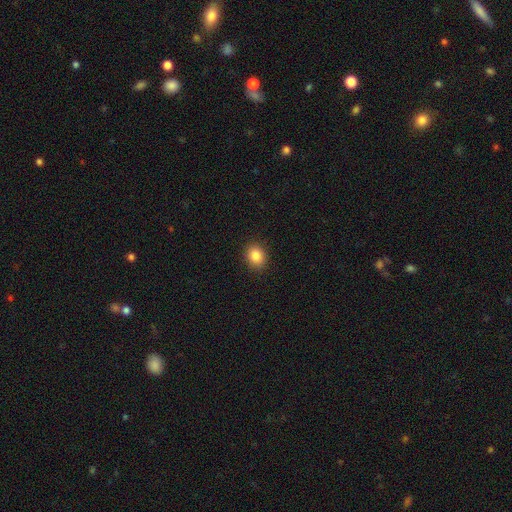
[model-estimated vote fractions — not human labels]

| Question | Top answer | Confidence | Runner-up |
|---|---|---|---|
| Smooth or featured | smooth | 86% | star or artifact (10%) |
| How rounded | round | 59% | in between (40%) |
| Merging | none | 90% | minor disturbance (7%) |